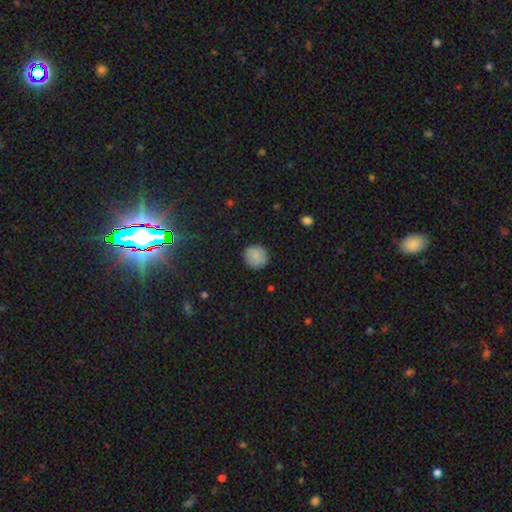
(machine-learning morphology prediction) smooth-or-featured: smooth: 84% | star or artifact: 8% | featured or disk: 8%
  how-rounded: round: 92% | in between: 7% | cigar-shaped: 1%
  merging: none: 85% | minor disturbance: 11% | major disturbance: 3% | merger: 1%